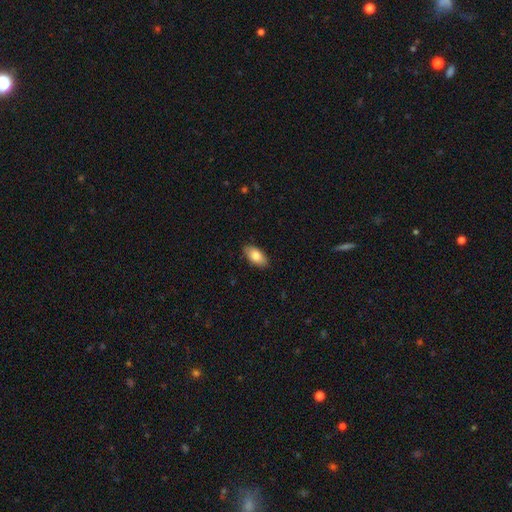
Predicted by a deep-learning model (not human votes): Smooth or featured: smooth — 82% (featured or disk — 11%)
How rounded: in between — 92% (cigar-shaped — 5%)
Merging: none — 88% (minor disturbance — 9%)